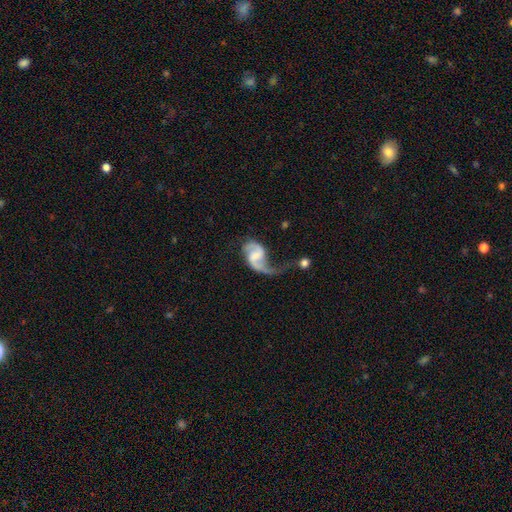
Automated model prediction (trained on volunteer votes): Smooth or featured?
  - featured or disk: 84% *
  - smooth: 11%
  - star or artifact: 5%
Edge-on disk?
  - no: 98% *
  - yes: 2%
Bar?
  - weak: 50% *
  - no: 32%
  - strong: 19%
Spiral arms?
  - yes: 95% *
  - no: 5%
Spiral winding?
  - loose: 64% *
  - medium: 29%
  - tight: 7%
Spiral arm count?
  - 2: 76% *
  - 1: 19%
  - can't tell: 2%
  - 3: 1%
  - 4: 1%
  - more than 4: 1%
Bulge size?
  - none: 36% *
  - moderate: 27%
  - small: 24%
  - large: 11%
  - dominant: 2%
Merging?
  - major disturbance: 45% *
  - none: 26%
  - minor disturbance: 18%
  - merger: 11%